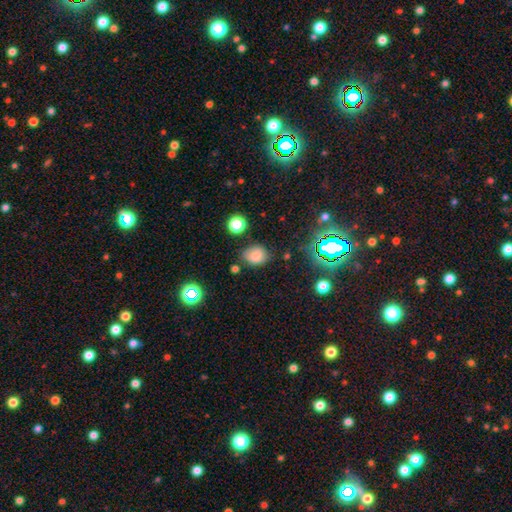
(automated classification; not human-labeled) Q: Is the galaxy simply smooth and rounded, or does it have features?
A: smooth — 78%.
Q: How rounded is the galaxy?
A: in between — 50%.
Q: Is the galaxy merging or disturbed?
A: none — 69%.